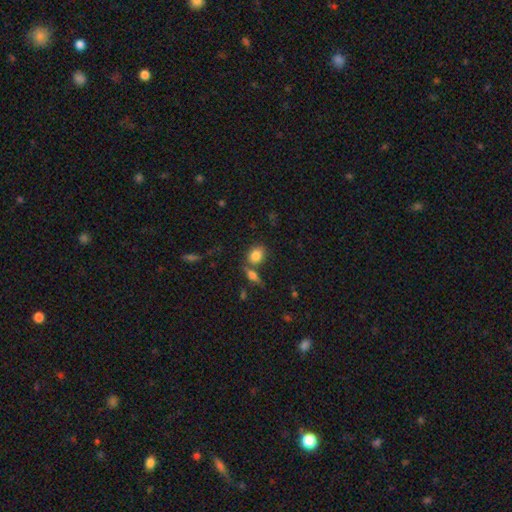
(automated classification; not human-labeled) The model was most divided on "how rounded": in between: 53%, round: 45%, cigar-shaped: 2%. More confident: smooth or featured — smooth (82%); merging — none (62%).